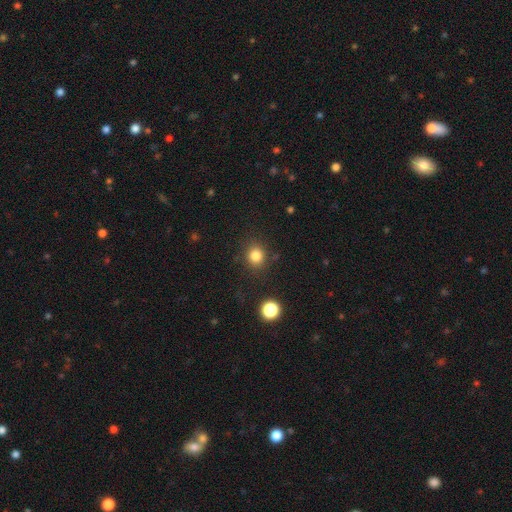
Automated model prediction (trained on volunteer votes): This appears to be a smooth galaxy with no disk features (82%) that is round (82%). Merging: none (85%).